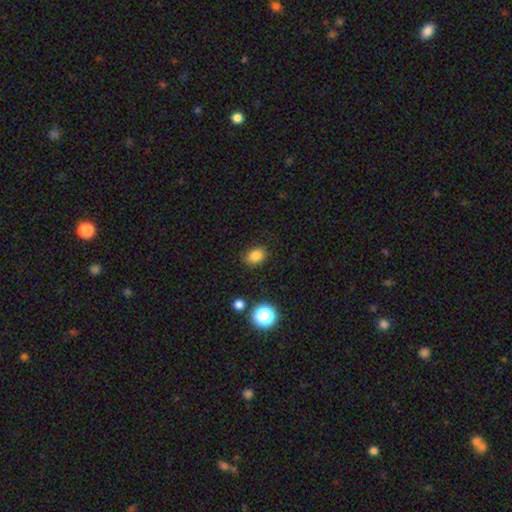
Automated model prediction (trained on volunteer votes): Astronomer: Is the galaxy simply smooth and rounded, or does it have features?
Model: smooth — 82%.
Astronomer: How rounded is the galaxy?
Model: in between — 66%.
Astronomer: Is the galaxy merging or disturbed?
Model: none — 80%.